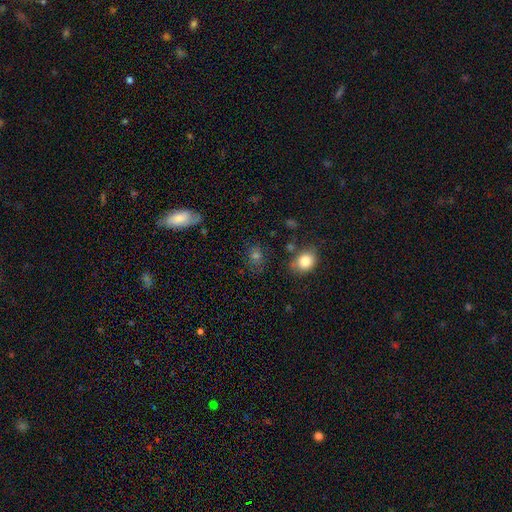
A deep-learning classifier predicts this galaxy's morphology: Smooth or featured? Predicted: smooth (p=0.66). How rounded? Predicted: round (p=0.54). Merging? Predicted: none (p=0.73).